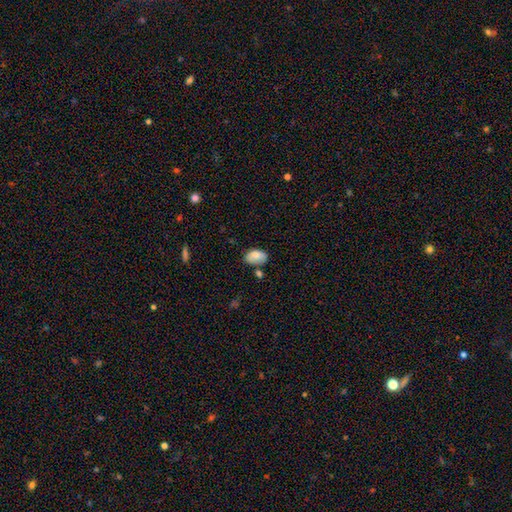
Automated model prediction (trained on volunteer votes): Smooth or featured? Predicted: smooth (p=0.82). How rounded? Predicted: in between (p=0.89). Merging? Predicted: none (p=0.62).